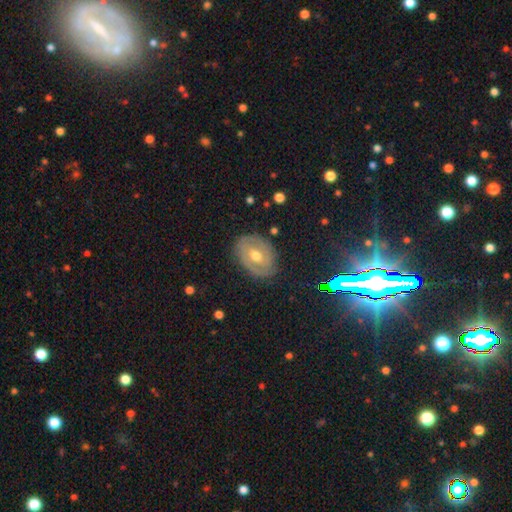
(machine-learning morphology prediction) A featured or disk galaxy (62%) with no bar (44%), spiral arms (54%) and a moderate central bulge (74%). Merging: none (80%).